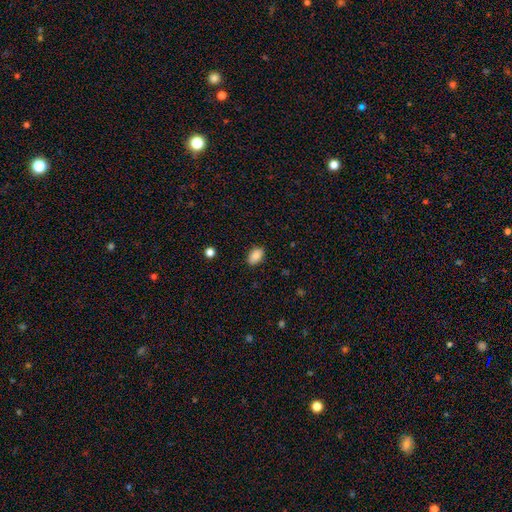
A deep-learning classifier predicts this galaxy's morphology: smooth 88%, star or artifact 8%, featured or disk 5%. Down the decision tree: how rounded — in between (91%); merging — none (87%).